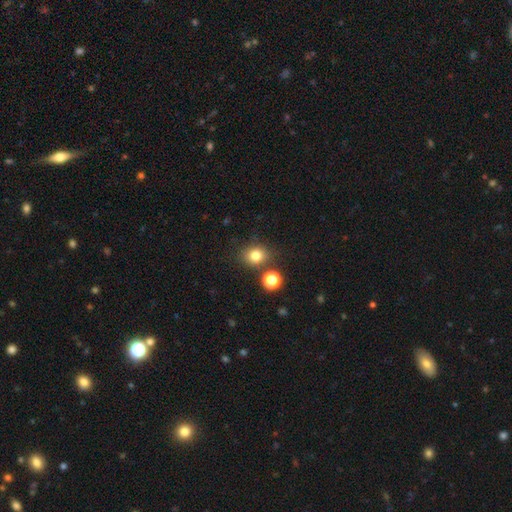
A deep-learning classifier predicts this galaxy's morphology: This is likely a smooth galaxy (79%). How rounded: likely round (69%). Merging: likely none (77%).